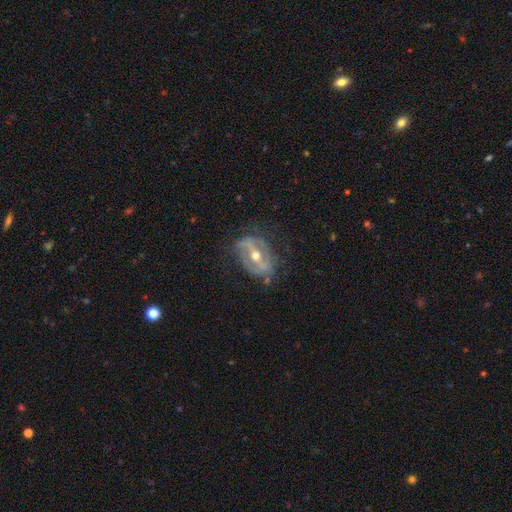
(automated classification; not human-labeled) smooth_or_featured: featured or disk (p=0.80) [alt: smooth p=0.13]
disk_edge_on: no (p=0.93) [alt: yes p=0.07]
bar: strong (p=0.53) [alt: weak p=0.30]
has_spiral_arms: yes (p=0.62) [alt: no p=0.38]
bulge_size: moderate (p=0.72) [alt: small p=0.23]
merging: none (p=0.64) [alt: minor disturbance p=0.22]